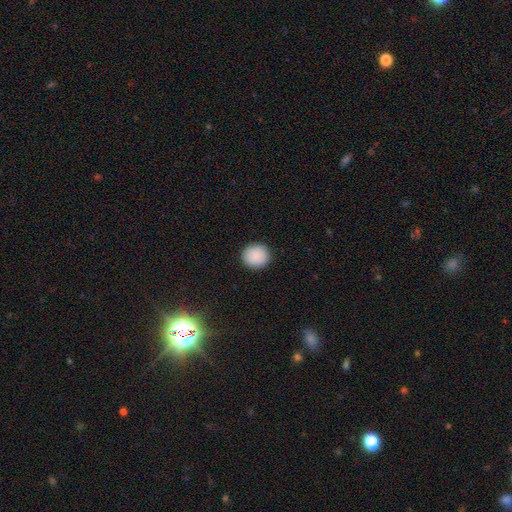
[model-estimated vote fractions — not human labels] This is clearly a smooth galaxy (90%). How rounded: clearly round (88%). Merging: clearly none (92%).